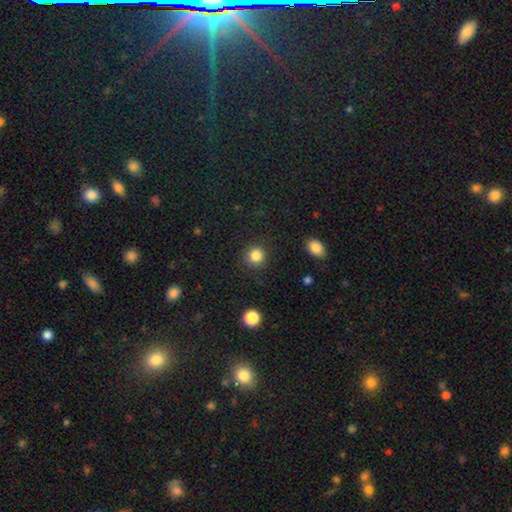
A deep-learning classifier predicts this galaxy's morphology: Smooth or featured?
  - smooth: 85% *
  - star or artifact: 11%
  - featured or disk: 4%
How rounded?
  - round: 90% *
  - in between: 9%
  - cigar-shaped: 1%
Merging?
  - none: 90% *
  - minor disturbance: 6%
  - major disturbance: 3%
  - merger: 1%